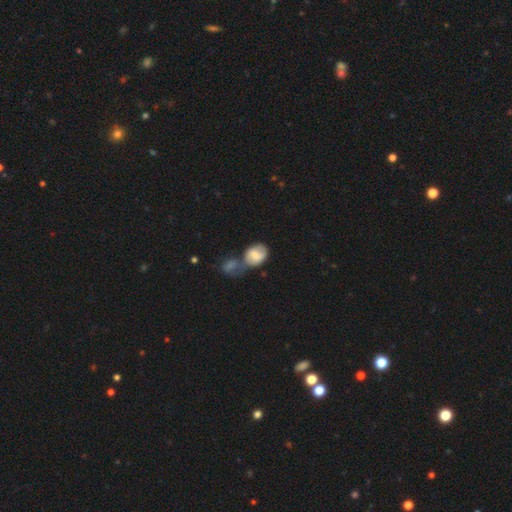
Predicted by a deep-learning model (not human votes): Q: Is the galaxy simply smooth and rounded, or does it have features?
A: smooth — 65%.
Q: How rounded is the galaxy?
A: in between — 71%.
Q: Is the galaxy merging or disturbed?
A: merger — 55%.